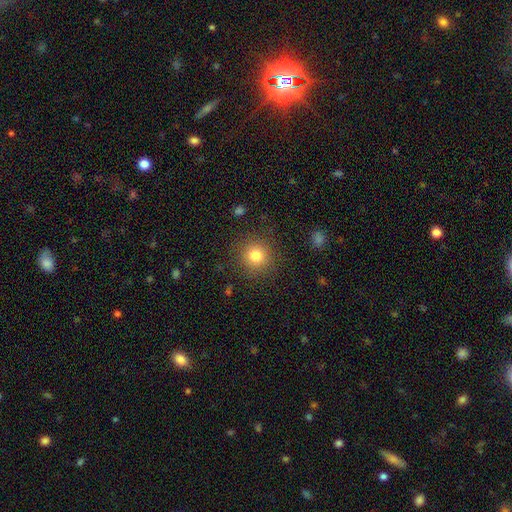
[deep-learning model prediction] A smooth galaxy with no disk features (80%) that is round (93%). Merging: none (87%).